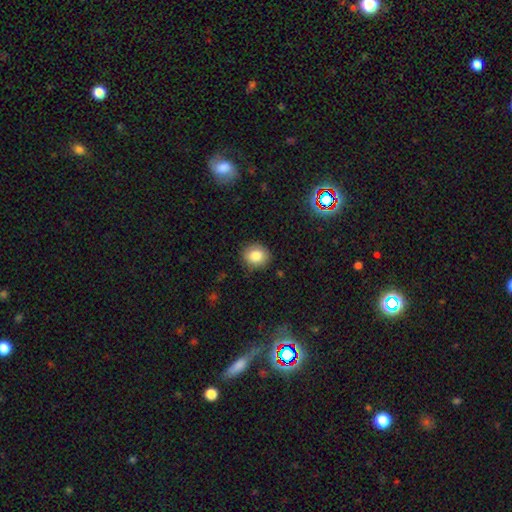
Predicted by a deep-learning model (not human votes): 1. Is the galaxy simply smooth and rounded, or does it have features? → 83% smooth, 10% star or artifact, 7% featured or disk.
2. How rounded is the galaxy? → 80% round, 19% in between, 1% cigar-shaped.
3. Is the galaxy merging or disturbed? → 88% none, 9% minor disturbance, 2% major disturbance, 1% merger.